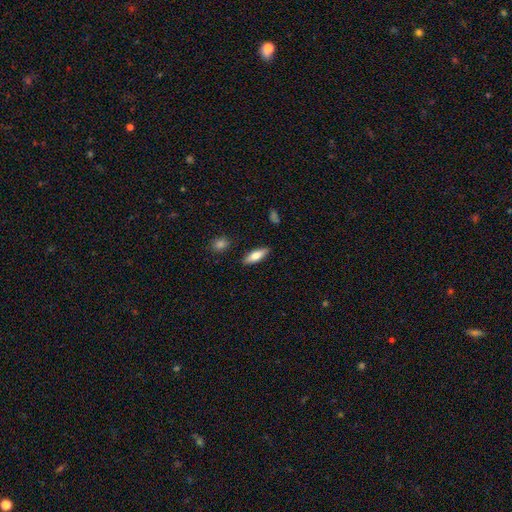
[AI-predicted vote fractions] Overall: smooth (74%). How rounded: in between (60%; cigar-shaped 38%). Merging: none (87%).